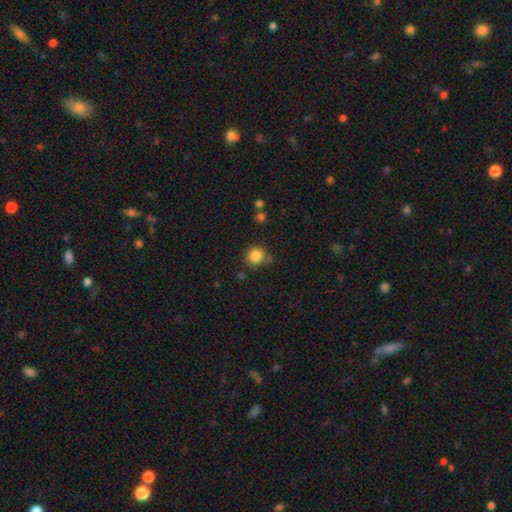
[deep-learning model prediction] smooth_or_featured: smooth (p=0.85) [alt: star or artifact p=0.11]
how_rounded: round (p=0.88) [alt: in between p=0.11]
merging: none (p=0.78) [alt: minor disturbance p=0.12]